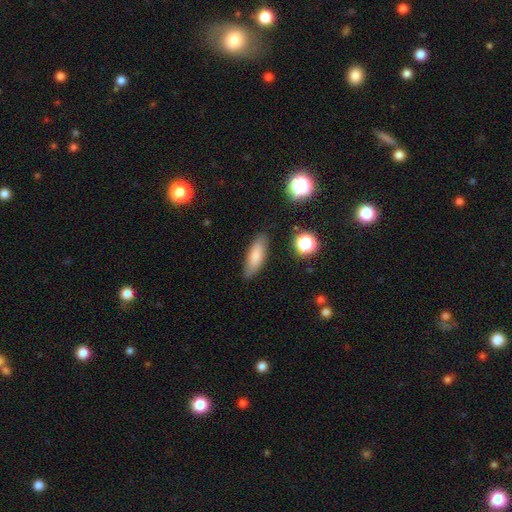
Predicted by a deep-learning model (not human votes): A smooth galaxy with no disk features (79%) that is in between round and cigar-shaped (57%). Merging: none (83%).